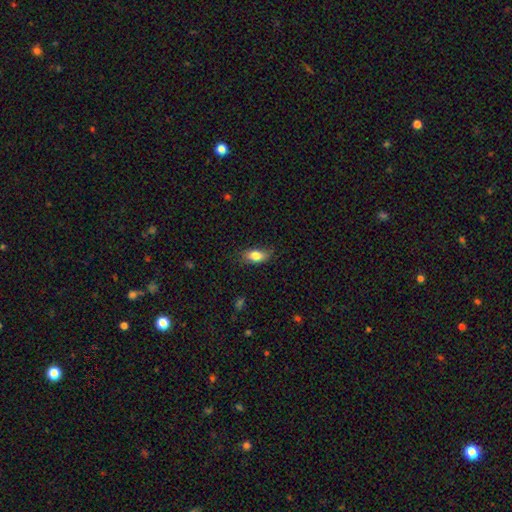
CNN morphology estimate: smooth_or_featured: smooth (p=0.82) [alt: featured or disk p=0.10]
how_rounded: in between (p=0.86) [alt: cigar-shaped p=0.09]
merging: none (p=0.78) [alt: minor disturbance p=0.18]